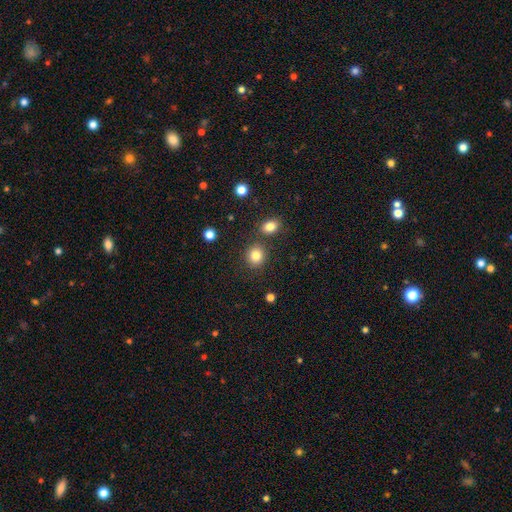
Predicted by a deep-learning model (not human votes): This is clearly a smooth galaxy (84%). How rounded: clearly round (82%). Merging: clearly none (81%).